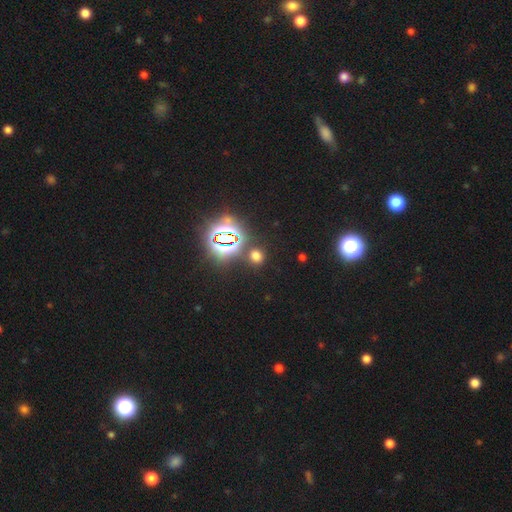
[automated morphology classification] Smooth or featured? Predicted: smooth (p=0.53). How rounded? Predicted: round (p=0.72). Merging? Predicted: none (p=0.83).